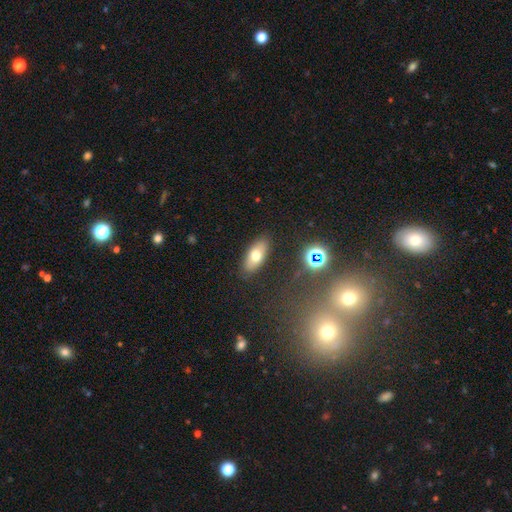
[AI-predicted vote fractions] A smooth galaxy with no disk features (69%) that is in between round and cigar-shaped (85%). Merging: none (86%).